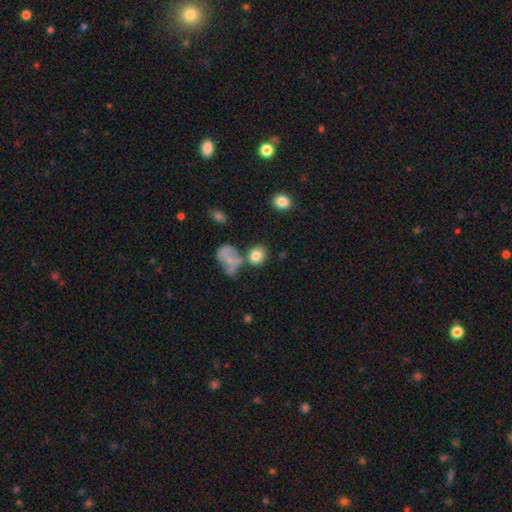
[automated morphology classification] This is clearly a smooth galaxy (80%). How rounded: likely round (66%). Merging: likely none (60%).